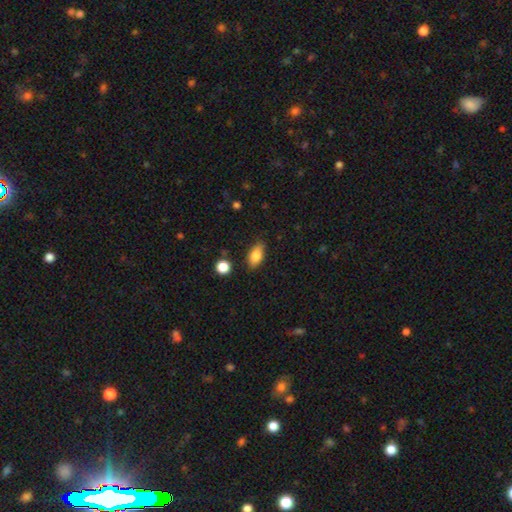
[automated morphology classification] A smooth galaxy with no disk features (82%) that is in between round and cigar-shaped (86%). Merging: none (79%).